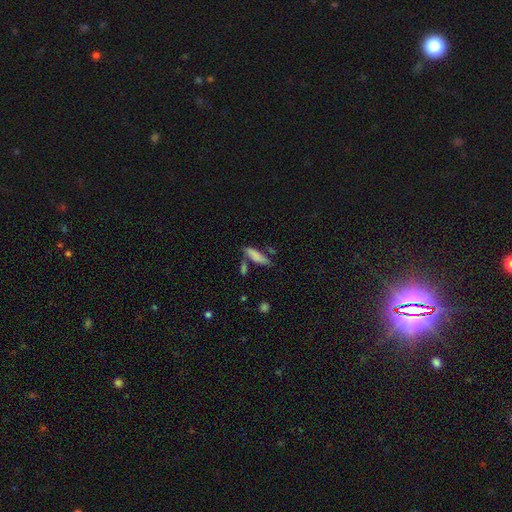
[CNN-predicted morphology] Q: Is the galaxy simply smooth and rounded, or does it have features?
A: smooth — 79%.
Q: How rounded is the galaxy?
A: cigar-shaped — 57%.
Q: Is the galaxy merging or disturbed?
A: none — 59%.